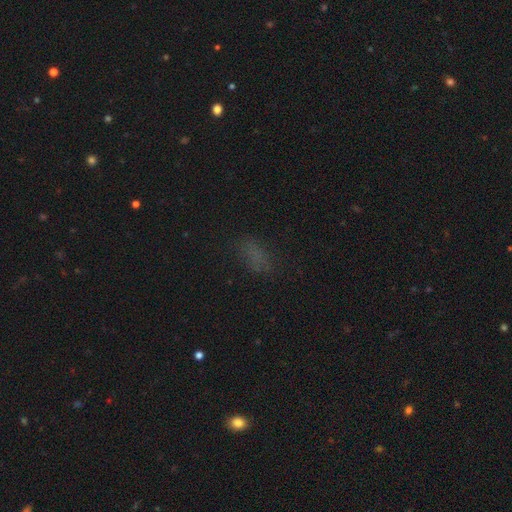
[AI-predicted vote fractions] Smooth or featured?
  - smooth: 66% *
  - star or artifact: 23%
  - featured or disk: 11%
How rounded?
  - in between: 79% *
  - cigar-shaped: 14%
  - round: 7%
Merging?
  - none: 70% *
  - minor disturbance: 18%
  - major disturbance: 10%
  - merger: 2%